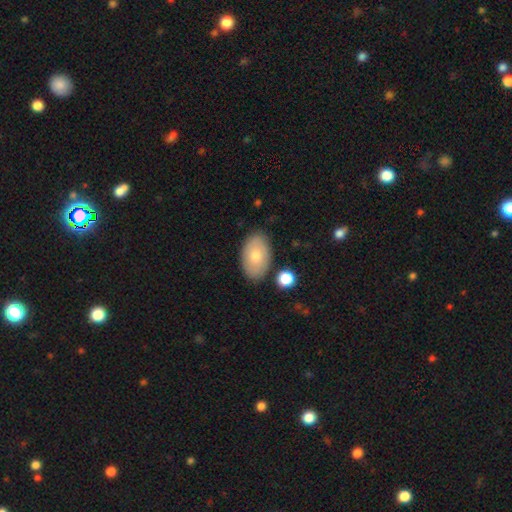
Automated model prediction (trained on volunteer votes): A smooth galaxy with no disk features (75%) that is in between round and cigar-shaped (93%). Merging: none (81%).